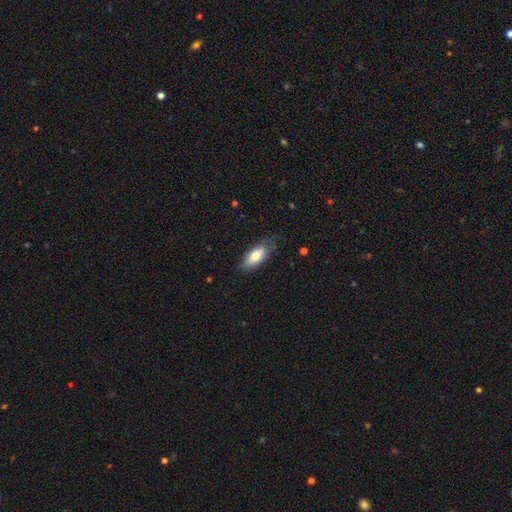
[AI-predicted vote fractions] Morphology: type=smooth (78%); roundness=in between (82%); merging=none (75%).